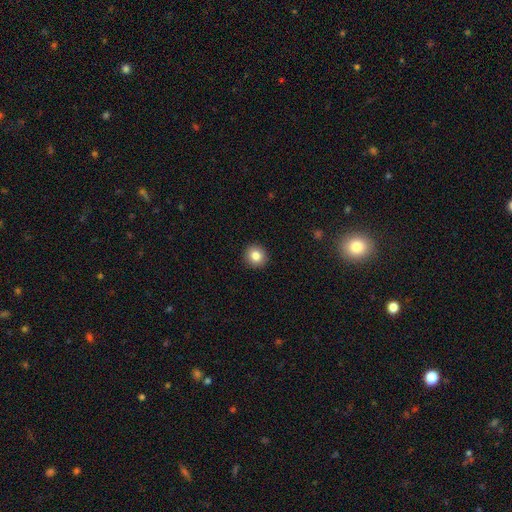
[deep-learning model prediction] Smooth or featured? Predicted: smooth (p=0.83). How rounded? Predicted: round (p=0.93). Merging? Predicted: none (p=0.93).